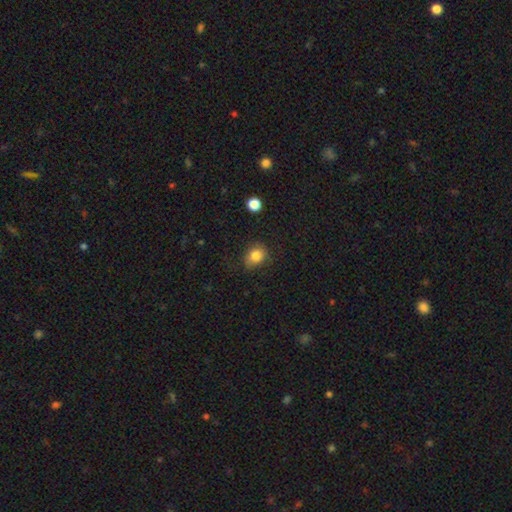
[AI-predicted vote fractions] smooth_or_featured: smooth (p=0.83) [alt: star or artifact p=0.11]
how_rounded: round (p=0.61) [alt: in between p=0.39]
merging: none (p=0.74) [alt: minor disturbance p=0.19]